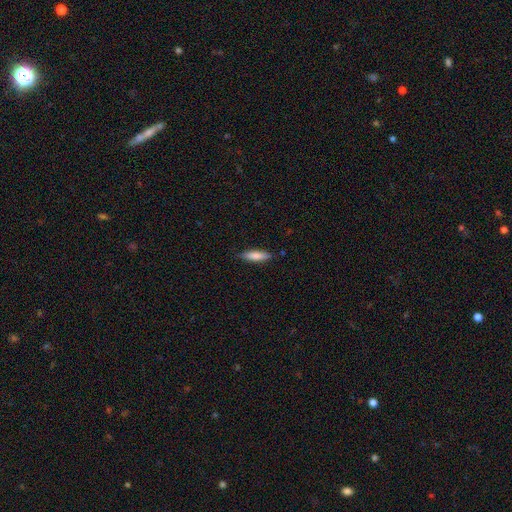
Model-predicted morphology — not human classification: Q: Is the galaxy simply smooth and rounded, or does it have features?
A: smooth — 82%.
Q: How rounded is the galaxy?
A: cigar-shaped — 60%.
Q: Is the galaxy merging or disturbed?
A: none — 84%.